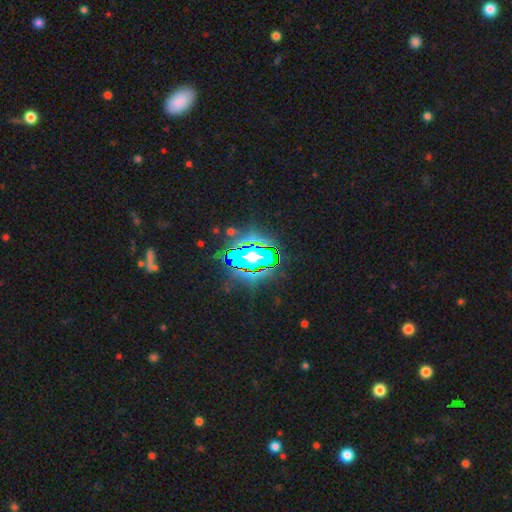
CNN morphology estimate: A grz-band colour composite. It shows a star or artifact, not a galaxy (84%).